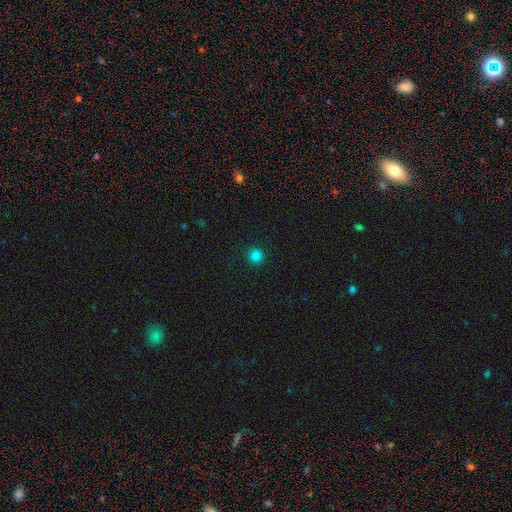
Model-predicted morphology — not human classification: Q: Smooth or featured?
A: smooth (83%); runner-up: star or artifact (14%)
Q: How rounded?
A: round (95%); runner-up: in between (4%)
Q: Merging?
A: none (92%); runner-up: minor disturbance (5%)